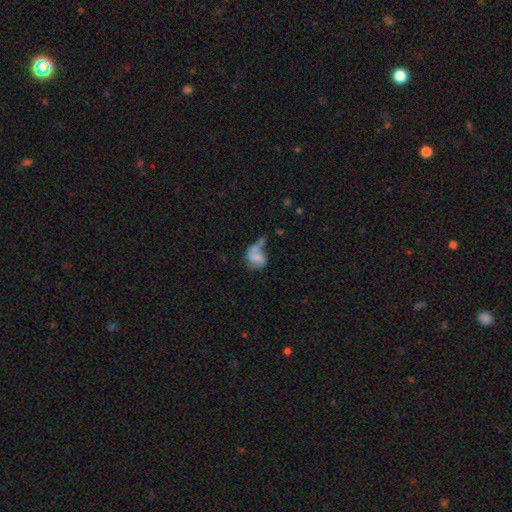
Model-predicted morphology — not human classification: A smooth galaxy with no disk features (47%). Merging: merger (35%).